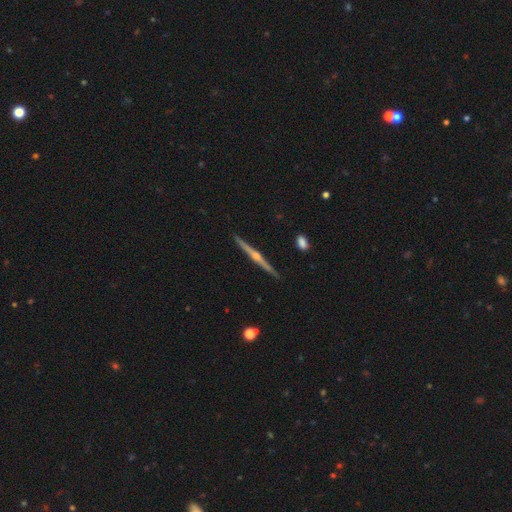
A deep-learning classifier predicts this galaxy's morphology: Overall: featured or disk (84%). Edge-on disk: yes (99%). Edge-on bulge: rounded (90%). Merging: none (92%).